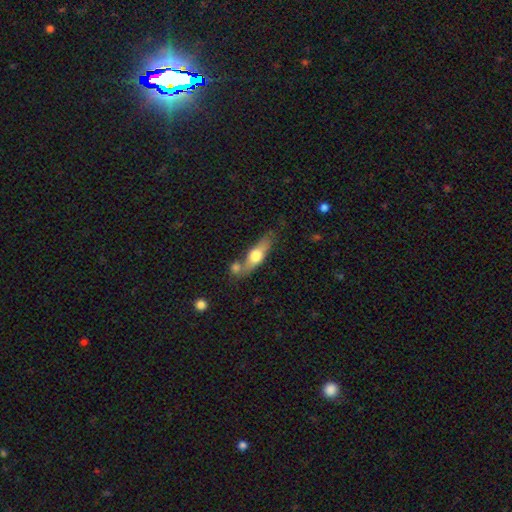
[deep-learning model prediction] Smooth or featured? smooth (56%)
How rounded? cigar-shaped (48%)
Merging? none (49%)